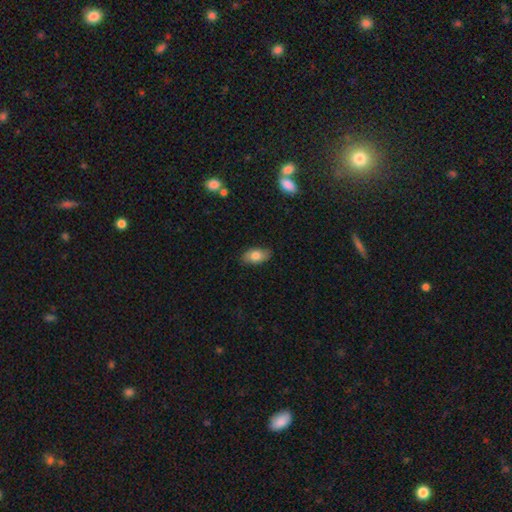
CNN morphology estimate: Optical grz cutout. It shows a smooth galaxy with no disk features (79%) that is in between round and cigar-shaped (92%). Merging: none (84%).